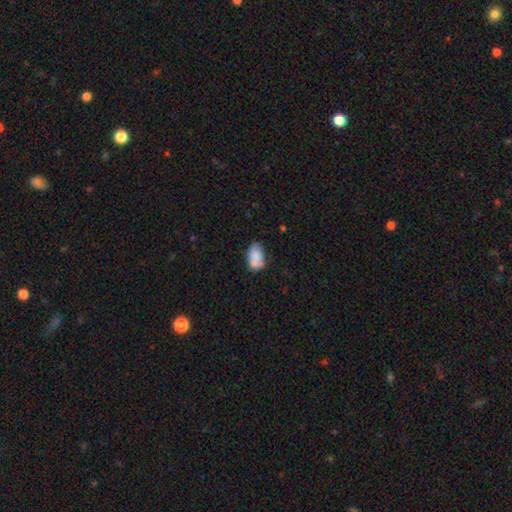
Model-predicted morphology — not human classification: Smooth or featured? smooth (75%)
How rounded? in between (88%)
Merging? none (46%)